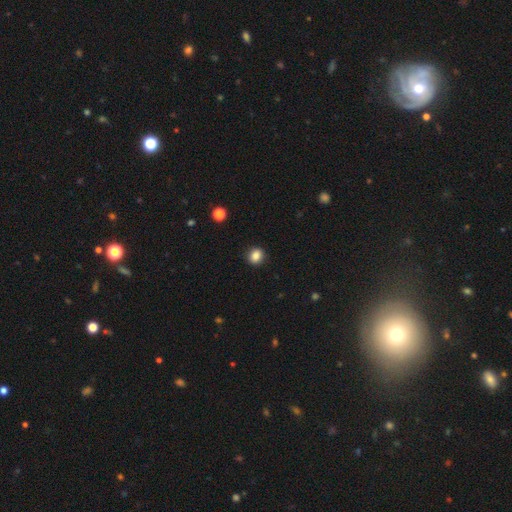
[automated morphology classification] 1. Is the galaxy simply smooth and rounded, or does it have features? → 85% smooth, 11% star or artifact, 4% featured or disk.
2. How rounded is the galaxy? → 72% round, 27% in between, 1% cigar-shaped.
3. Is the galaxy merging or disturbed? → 91% none, 7% minor disturbance, 2% major disturbance, 1% merger.